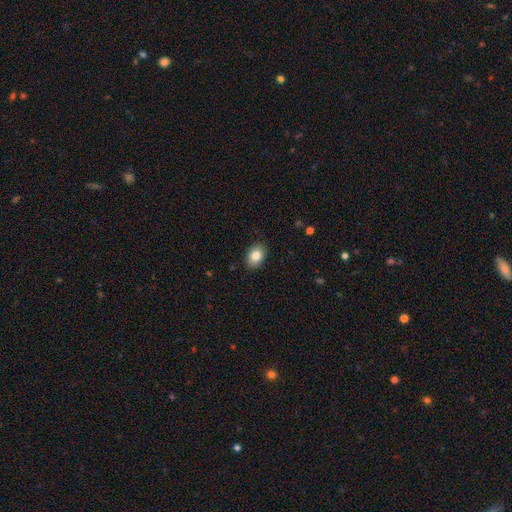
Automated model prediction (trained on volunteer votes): smooth_or_featured: smooth (p=0.85) [alt: star or artifact p=0.08]
how_rounded: in between (p=0.75) [alt: round p=0.24]
merging: none (p=0.88) [alt: minor disturbance p=0.09]